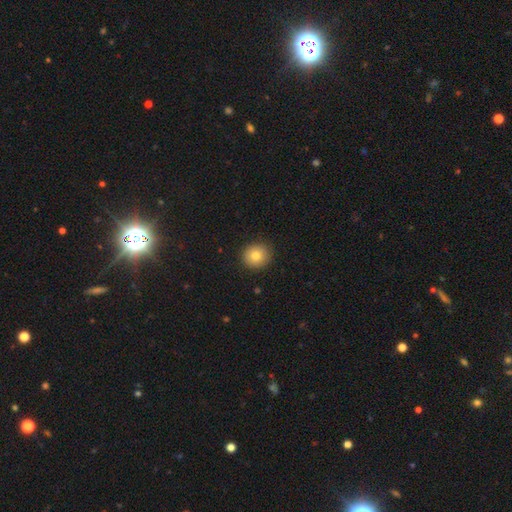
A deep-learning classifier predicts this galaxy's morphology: A smooth galaxy with no disk features (80%) that is round (89%).

Vote fractions:
- Smooth or featured? smooth: 80% / featured or disk: 10% / star or artifact: 10%
- How rounded? round: 89% / in between: 10% / cigar-shaped: 1%
- Merging? none: 90% / minor disturbance: 7% / major disturbance: 2% / merger: 1%